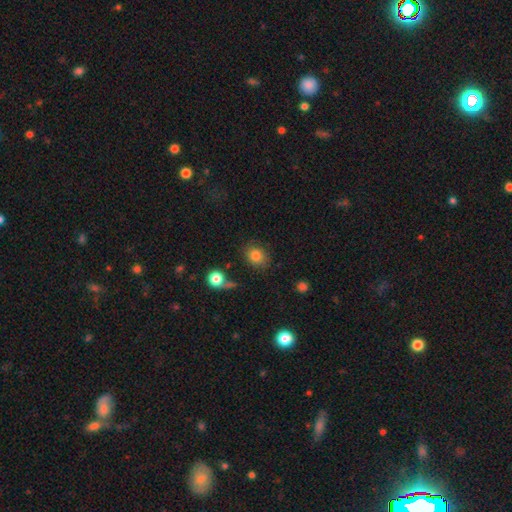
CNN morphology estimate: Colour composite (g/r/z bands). It shows a smooth galaxy with no disk features (82%) that is round (53%). Merging: none (79%).